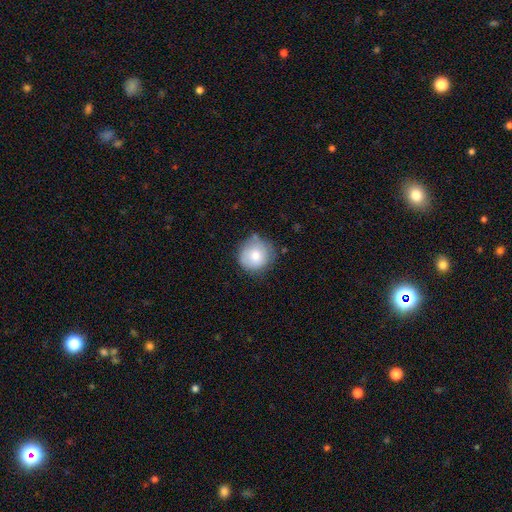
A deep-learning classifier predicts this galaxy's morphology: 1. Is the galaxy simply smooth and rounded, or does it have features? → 77% smooth, 15% featured or disk, 8% star or artifact.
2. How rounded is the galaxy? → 93% round, 6% in between, 1% cigar-shaped.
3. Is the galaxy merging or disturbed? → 70% none, 22% minor disturbance, 5% major disturbance, 4% merger.